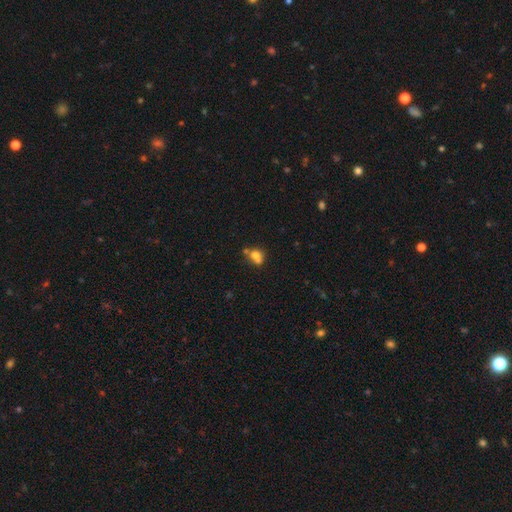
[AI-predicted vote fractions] Q: Smooth or featured?
A: smooth (70%); runner-up: featured or disk (17%)
Q: How rounded?
A: round (63%); runner-up: in between (35%)
Q: Merging?
A: merger (42%); runner-up: none (38%)